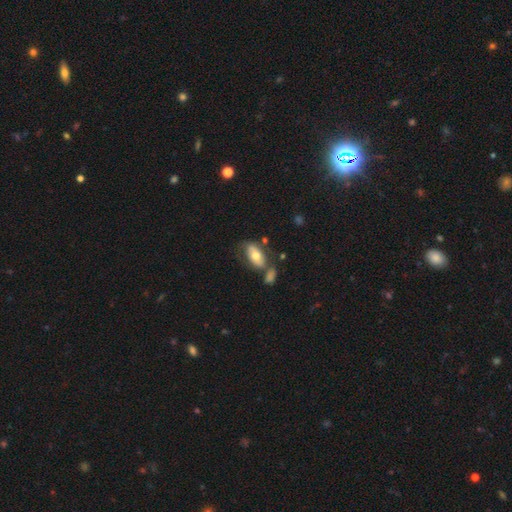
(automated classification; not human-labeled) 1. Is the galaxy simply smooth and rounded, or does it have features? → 60% smooth, 34% featured or disk, 6% star or artifact.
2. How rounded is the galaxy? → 91% in between, 5% cigar-shaped, 5% round.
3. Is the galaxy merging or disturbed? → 51% none, 22% merger, 18% minor disturbance, 9% major disturbance.